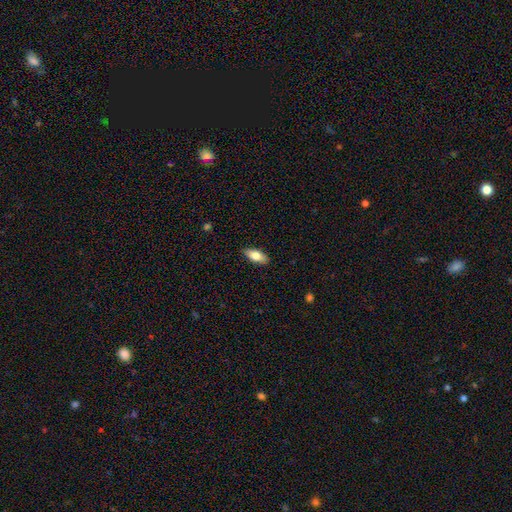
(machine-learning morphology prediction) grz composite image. It shows a smooth galaxy with no disk features (74%) that is in between round and cigar-shaped (81%). Merging: none (88%).